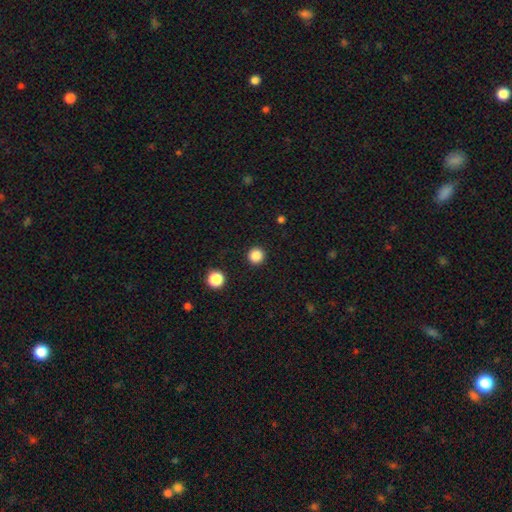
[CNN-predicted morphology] Overall: smooth (86%). How rounded: round (96%). Merging: none (93%).